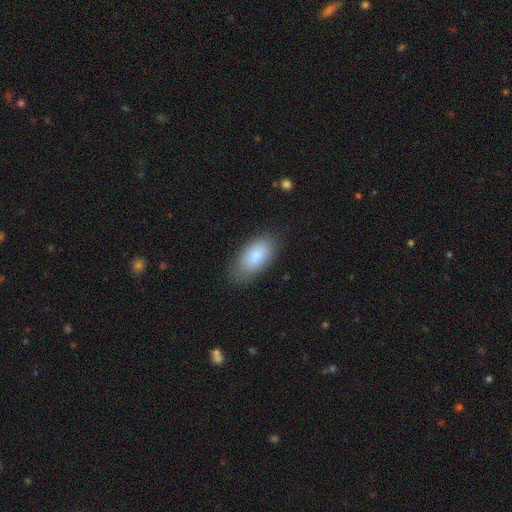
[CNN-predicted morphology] Smooth or featured? smooth (83%)
How rounded? in between (93%)
Merging? none (80%)